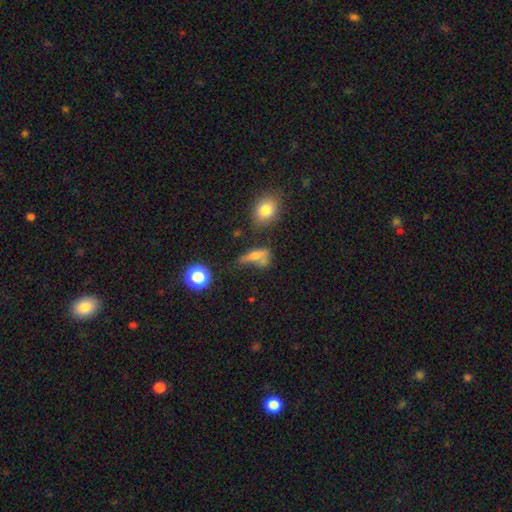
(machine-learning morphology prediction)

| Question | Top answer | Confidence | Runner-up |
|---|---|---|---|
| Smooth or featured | smooth | 58% | featured or disk (27%) |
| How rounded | in between | 52% | cigar-shaped (33%) |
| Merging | none | 39% | minor disturbance (22%) |